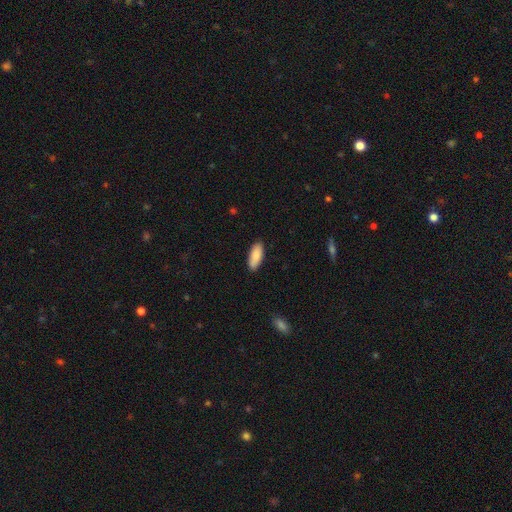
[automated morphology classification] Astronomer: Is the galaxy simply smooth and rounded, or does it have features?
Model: smooth — 89%.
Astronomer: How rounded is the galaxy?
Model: in between — 77%.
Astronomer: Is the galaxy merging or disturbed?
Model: none — 88%.